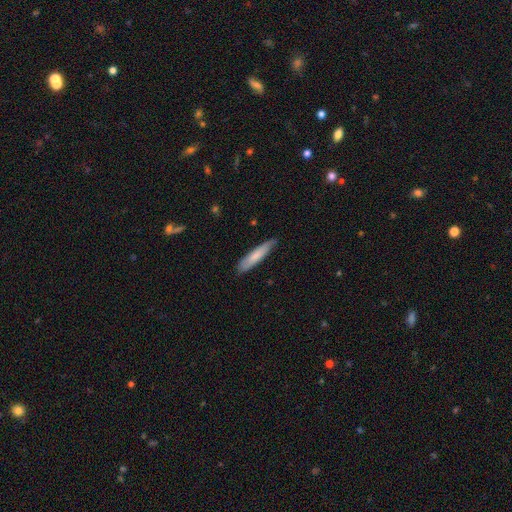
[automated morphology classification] Smooth or featured: smooth — 73% (featured or disk — 21%)
How rounded: cigar-shaped — 85% (in between — 14%)
Merging: none — 77% (minor disturbance — 19%)